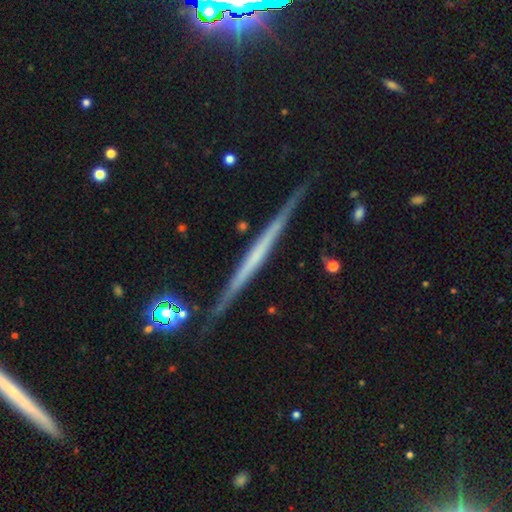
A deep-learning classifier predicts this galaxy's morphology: This is likely a featured or disk galaxy (70%). It is clearly viewed edge-on (98%). Edge-on bulge: clearly none (84%). Merging: clearly none (88%).